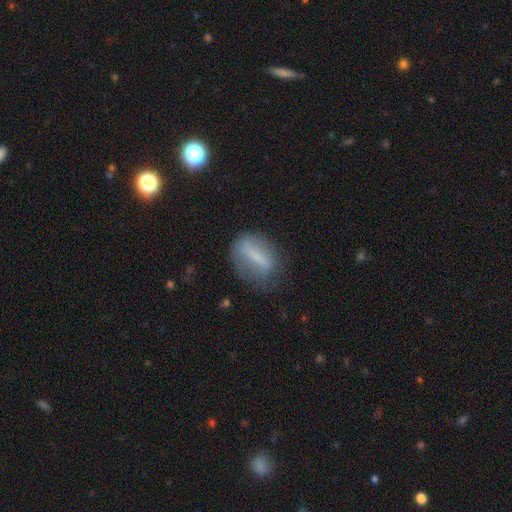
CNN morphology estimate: Smooth or featured? Predicted: smooth (p=0.55). How rounded? Predicted: in between (p=0.58). Merging? Predicted: none (p=0.62).